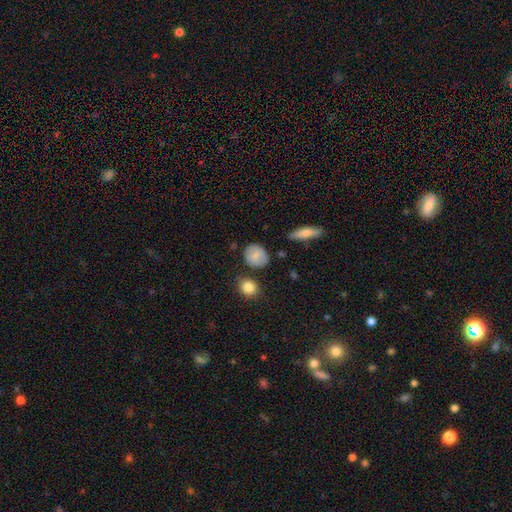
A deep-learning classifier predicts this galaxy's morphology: smooth_or_featured: smooth (p=0.78) [alt: featured or disk p=0.14]
how_rounded: round (p=0.73) [alt: in between p=0.26]
merging: none (p=0.78) [alt: minor disturbance p=0.15]